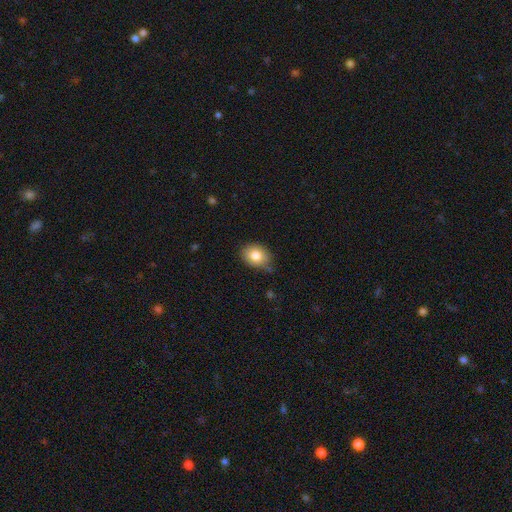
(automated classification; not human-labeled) Overall: smooth (82%). How rounded: in between (64%; round 35%). Merging: none (78%).